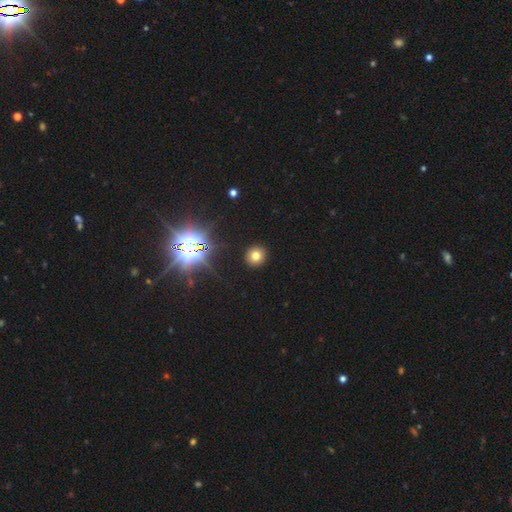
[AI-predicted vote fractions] Smooth or featured? Predicted: smooth (p=0.71). How rounded? Predicted: round (p=0.91). Merging? Predicted: none (p=0.92).